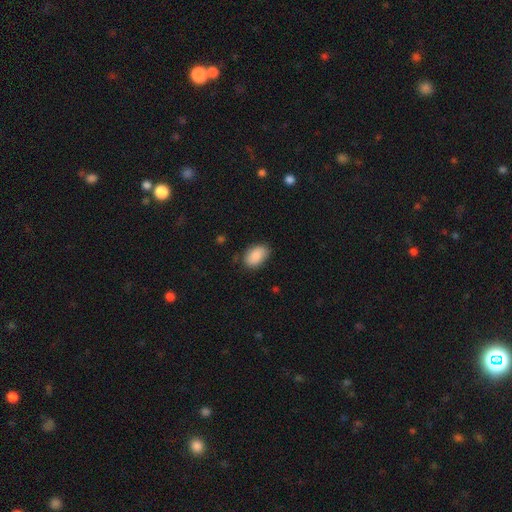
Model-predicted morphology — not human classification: smooth_or_featured: smooth (p=0.88) [alt: star or artifact p=0.07]
how_rounded: in between (p=0.89) [alt: round p=0.09]
merging: none (p=0.79) [alt: minor disturbance p=0.16]